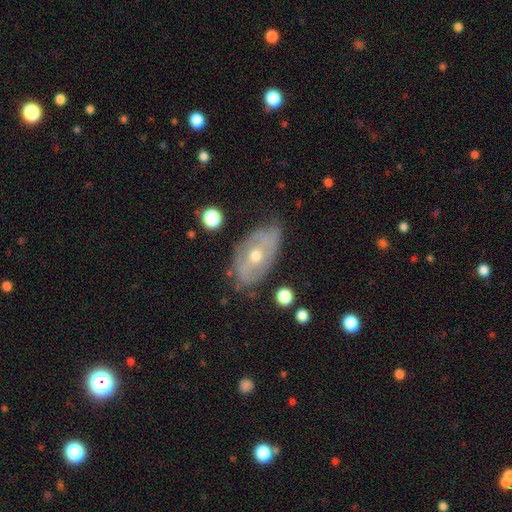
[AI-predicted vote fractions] smooth_or_featured: featured or disk (p=0.66) [alt: smooth p=0.26]
disk_edge_on: no (p=0.90) [alt: yes p=0.10]
bar: no (p=0.66) [alt: weak p=0.25]
has_spiral_arms: yes (p=0.58) [alt: no p=0.42]
bulge_size: moderate (p=0.61) [alt: small p=0.36]
merging: none (p=0.66) [alt: minor disturbance p=0.25]